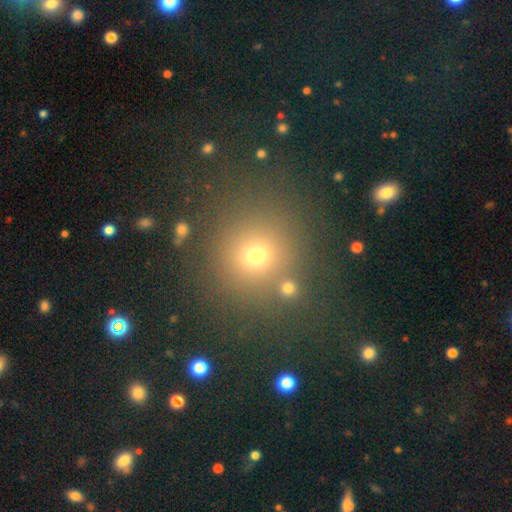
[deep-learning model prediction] The model was most divided on "smooth or featured": smooth: 66%, star or artifact: 27%, featured or disk: 8%. More confident: how rounded — round (90%); merging — none (83%).